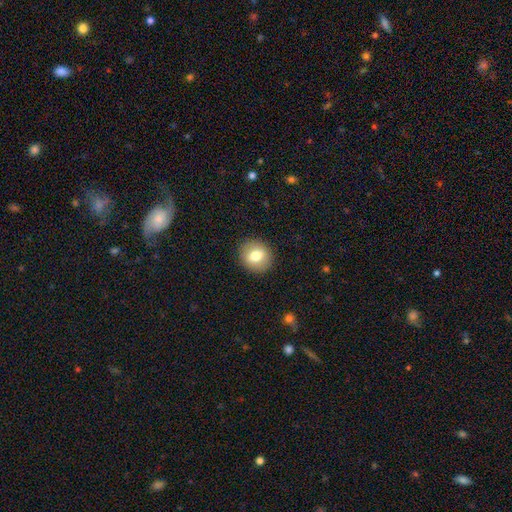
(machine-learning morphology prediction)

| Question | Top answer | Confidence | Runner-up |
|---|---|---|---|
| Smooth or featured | smooth | 74% | featured or disk (17%) |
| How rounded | round | 80% | in between (19%) |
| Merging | none | 90% | minor disturbance (7%) |